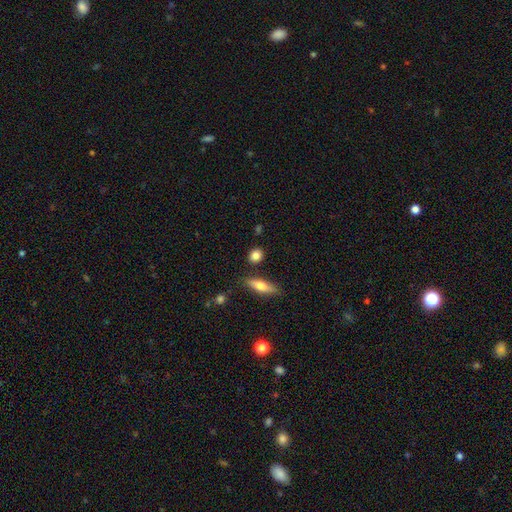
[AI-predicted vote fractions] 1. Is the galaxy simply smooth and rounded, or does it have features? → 82% smooth, 10% featured or disk, 8% star or artifact.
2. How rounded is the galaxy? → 63% round, 31% in between, 6% cigar-shaped.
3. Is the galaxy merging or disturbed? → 83% none, 9% minor disturbance, 6% merger, 3% major disturbance.